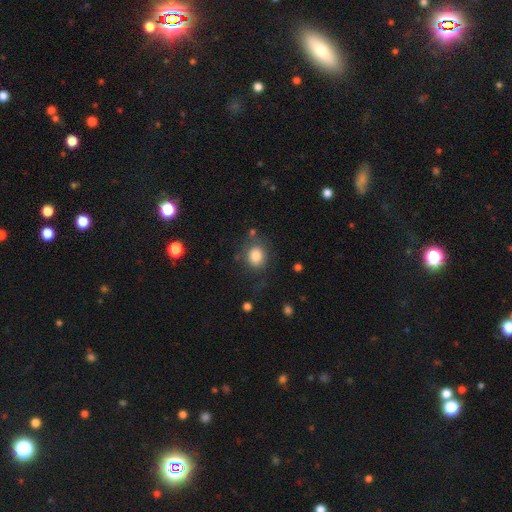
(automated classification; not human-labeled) Q: Smooth or featured?
A: smooth (82%); runner-up: featured or disk (9%)
Q: How rounded?
A: round (62%); runner-up: in between (37%)
Q: Merging?
A: none (67%); runner-up: minor disturbance (20%)